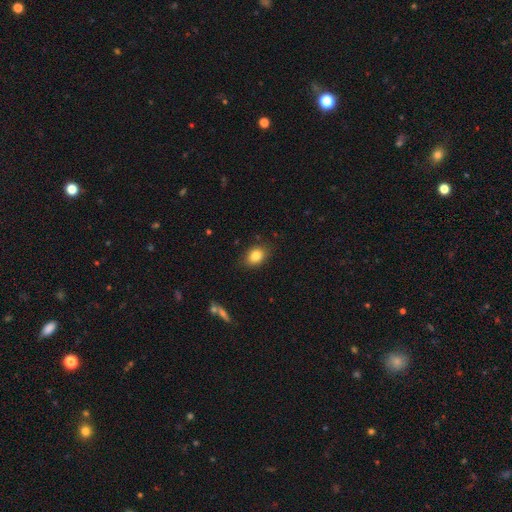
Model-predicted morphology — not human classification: The model was most divided on "how rounded": in between: 67%, round: 32%, cigar-shaped: 1%. More confident: merging — none (83%); smooth or featured — smooth (83%).